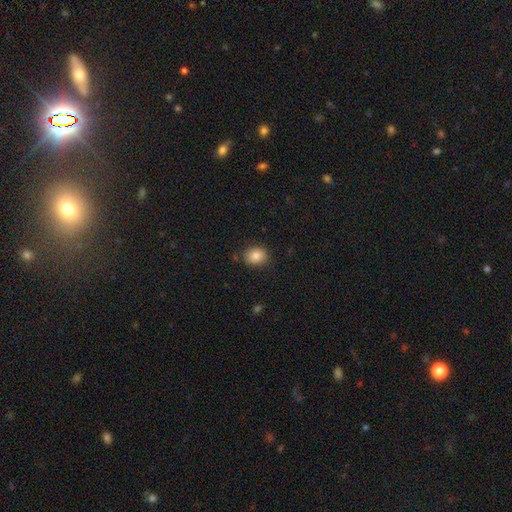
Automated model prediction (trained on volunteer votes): This is clearly a smooth galaxy (84%). How rounded: possibly round (53%). Merging: clearly none (83%).